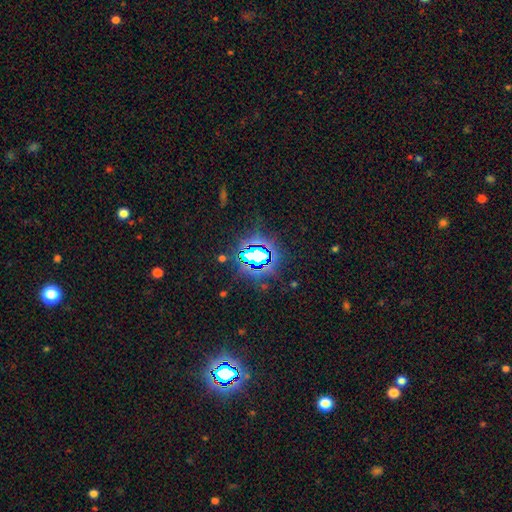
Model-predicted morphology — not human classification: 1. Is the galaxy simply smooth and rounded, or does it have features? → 77% star or artifact, 13% smooth, 10% featured or disk.